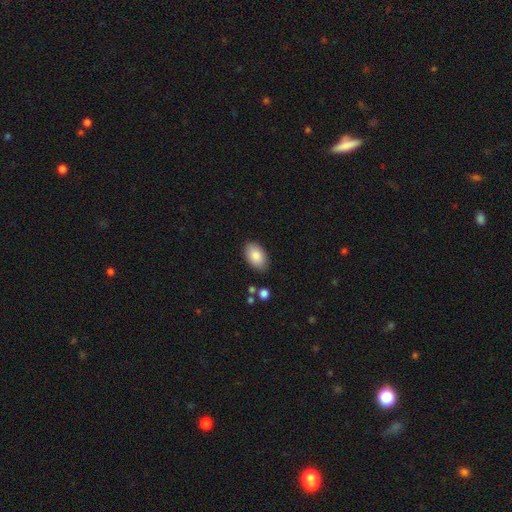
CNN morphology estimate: smooth_or_featured: smooth (p=0.87) [alt: featured or disk p=0.07]
how_rounded: in between (p=0.94) [alt: round p=0.05]
merging: none (p=0.86) [alt: minor disturbance p=0.10]